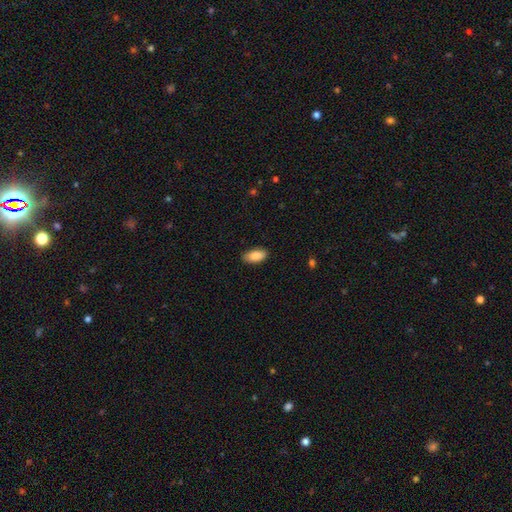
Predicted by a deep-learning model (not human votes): smooth 88%, star or artifact 7%, featured or disk 6%. Down the decision tree: how rounded — in between (92%); merging — none (86%).